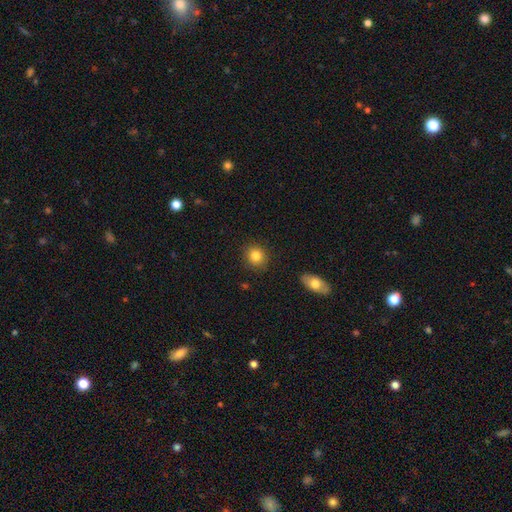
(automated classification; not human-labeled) Smooth or featured? smooth (84%)
How rounded? round (84%)
Merging? none (89%)